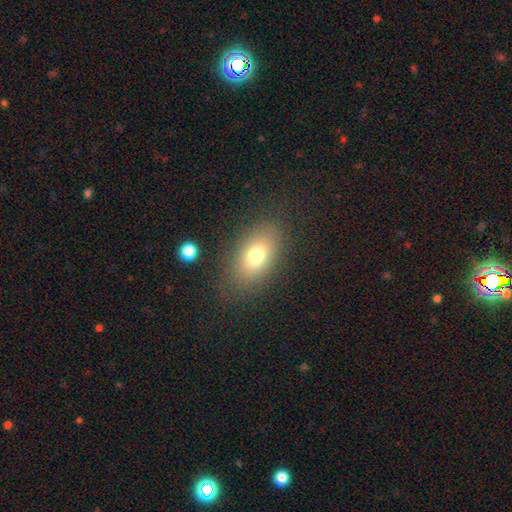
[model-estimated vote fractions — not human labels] Smooth or featured? smooth (73%)
How rounded? in between (85%)
Merging? none (79%)